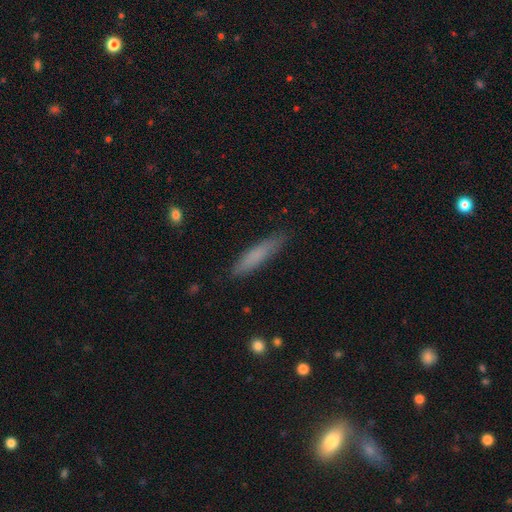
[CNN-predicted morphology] This appears to be a smooth galaxy with no disk features (76%) that is cigar-shaped (86%). Merging: none (84%).